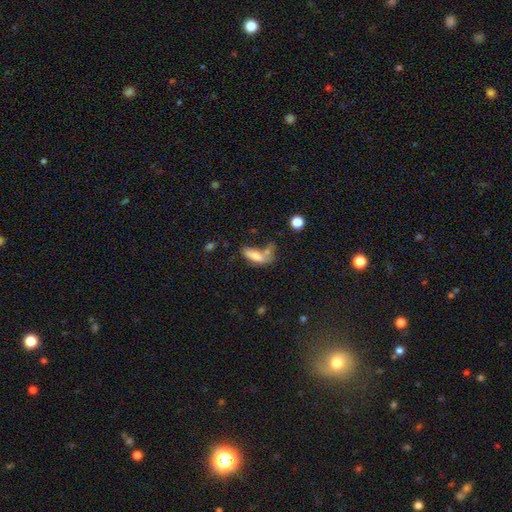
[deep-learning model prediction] This is likely a smooth galaxy (71%). How rounded: likely in between (65%). Merging: marginally merger (32%).